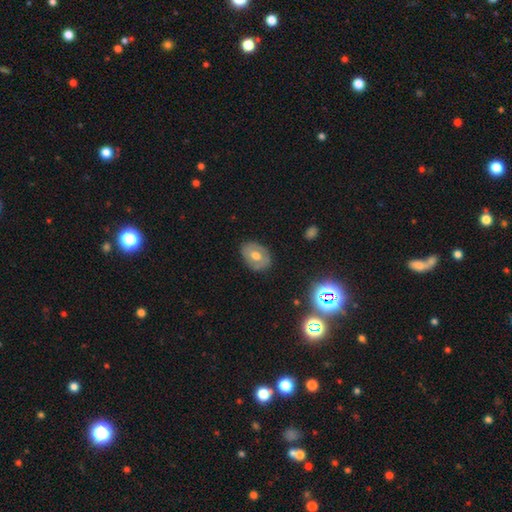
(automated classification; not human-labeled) A smooth galaxy with no disk features (48%).

Vote fractions:
- Smooth or featured? smooth: 48% / featured or disk: 42% / star or artifact: 10%
- Merging? none: 80% / minor disturbance: 15% / major disturbance: 4% / merger: 1%